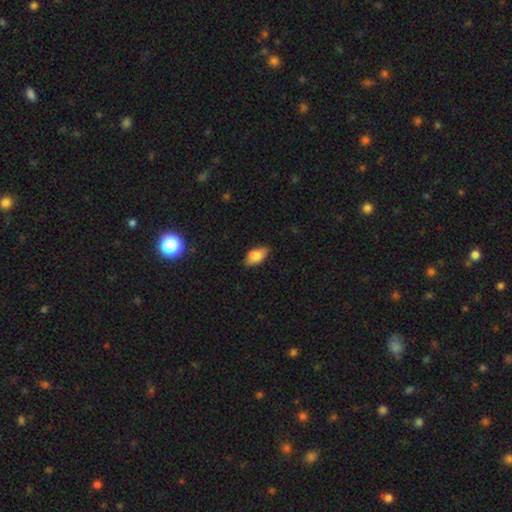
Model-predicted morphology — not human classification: The model was most divided on "merging": none: 77%, minor disturbance: 18%, major disturbance: 3%, merger: 2%. More confident: how rounded — in between (92%); smooth or featured — smooth (82%).